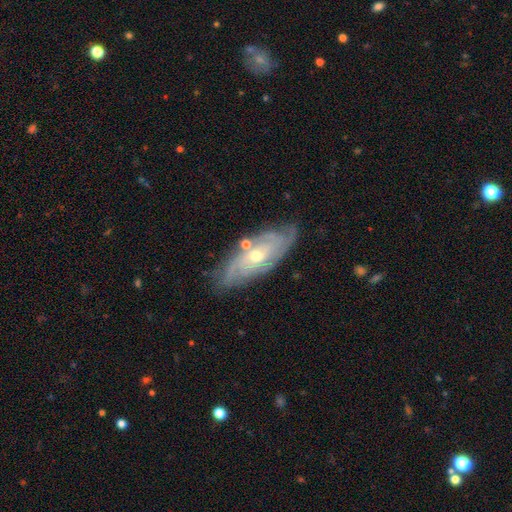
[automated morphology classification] Overall: featured or disk (81%). Edge-on disk: no (88%). Bar: no (64%; weak 29%). Spiral arms: yes (93%). Spiral arm count: can't tell (40%; 2 22%). Spiral winding: tight (66%; medium 27%). Bulge size: moderate (54%; small 43%). Merging: none (76%).